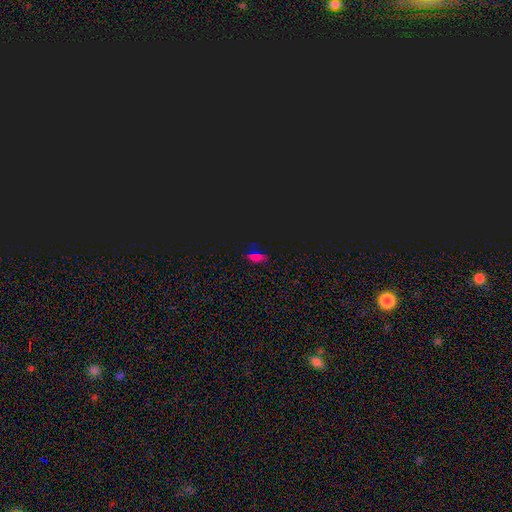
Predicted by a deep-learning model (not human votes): smooth_or_featured: star or artifact (p=0.50) [alt: smooth p=0.40]